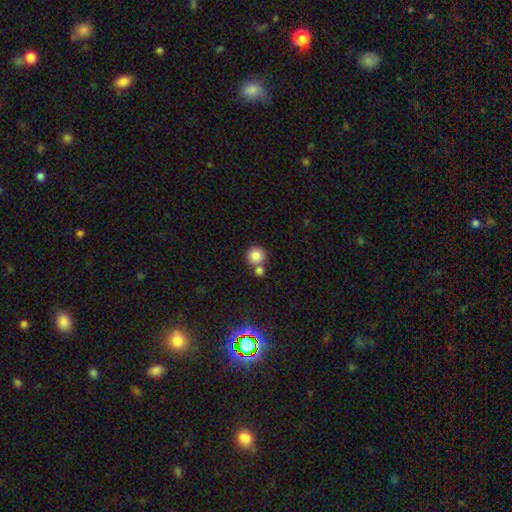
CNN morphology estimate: smooth_or_featured: smooth (p=0.84) [alt: star or artifact p=0.10]
how_rounded: round (p=0.93) [alt: in between p=0.06]
merging: none (p=0.56) [alt: merger p=0.33]